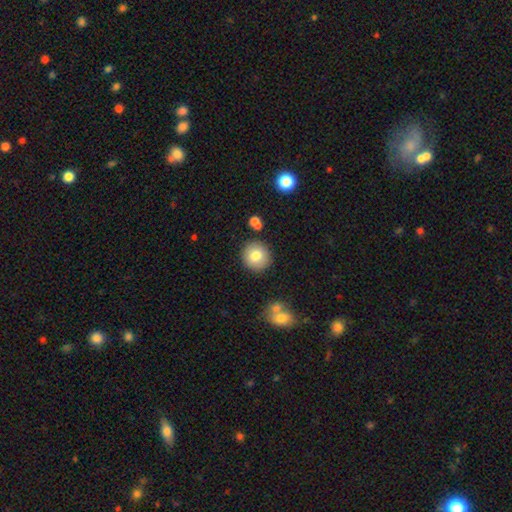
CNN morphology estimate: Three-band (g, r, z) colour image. It shows a smooth galaxy with no disk features (79%) that is round (92%). Merging: none (85%).